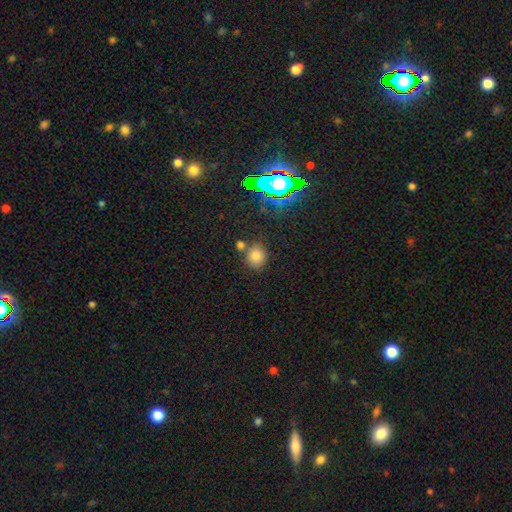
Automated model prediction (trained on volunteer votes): smooth-or-featured: smooth: 75% | star or artifact: 18% | featured or disk: 7%
  how-rounded: round: 80% | in between: 19% | cigar-shaped: 1%
  merging: none: 71% | merger: 15% | minor disturbance: 10% | major disturbance: 4%